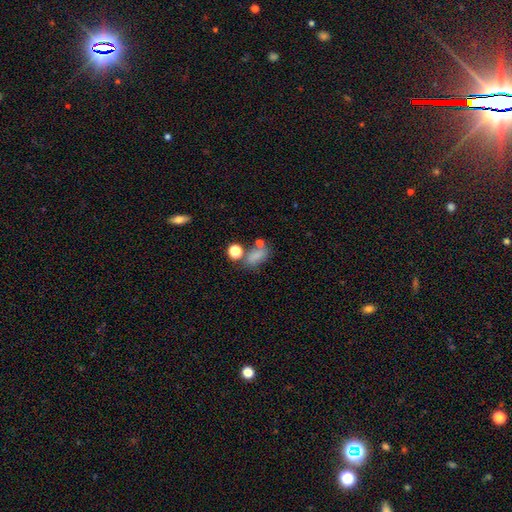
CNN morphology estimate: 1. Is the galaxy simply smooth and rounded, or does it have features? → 74% smooth, 16% star or artifact, 11% featured or disk.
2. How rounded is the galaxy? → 78% in between, 18% round, 4% cigar-shaped.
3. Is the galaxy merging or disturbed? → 50% none, 22% merger, 18% minor disturbance, 11% major disturbance.